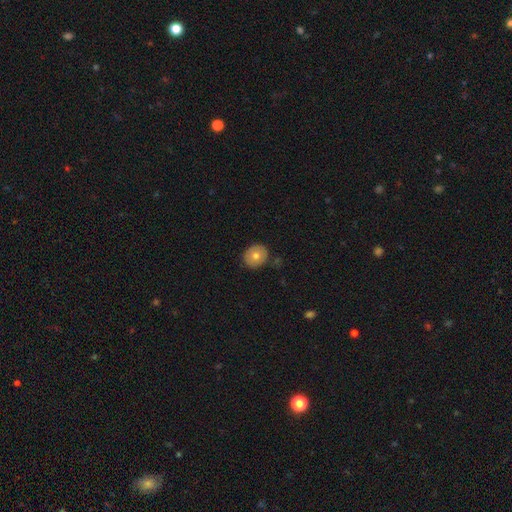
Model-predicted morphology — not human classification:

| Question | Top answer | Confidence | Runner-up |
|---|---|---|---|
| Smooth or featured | smooth | 72% | featured or disk (20%) |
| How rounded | round | 73% | in between (26%) |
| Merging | none | 84% | minor disturbance (11%) |